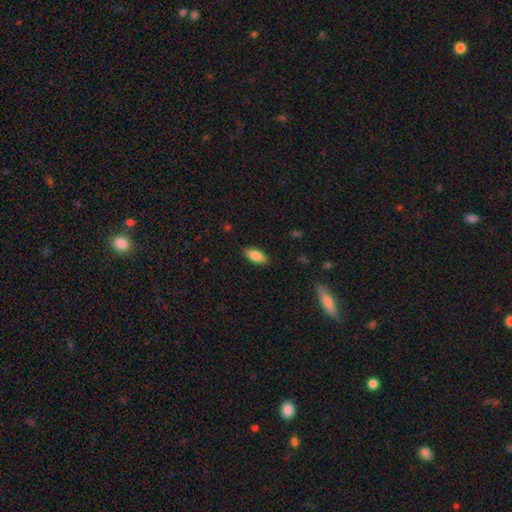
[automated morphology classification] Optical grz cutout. It shows a smooth galaxy with no disk features (82%) that is in between round and cigar-shaped (83%). Merging: none (87%).